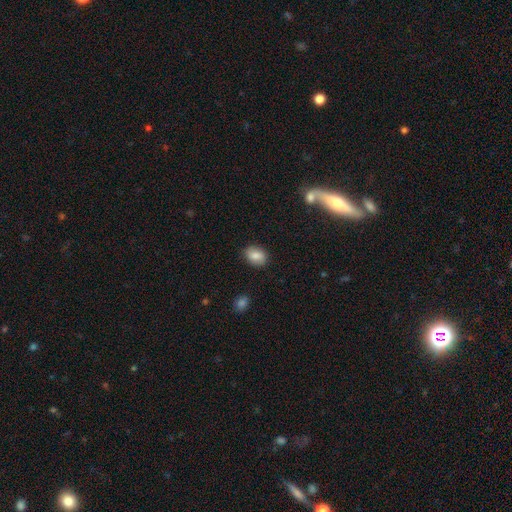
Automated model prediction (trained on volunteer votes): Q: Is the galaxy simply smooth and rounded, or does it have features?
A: smooth — 84%.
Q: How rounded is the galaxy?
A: in between — 65%.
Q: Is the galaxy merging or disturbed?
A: none — 86%.